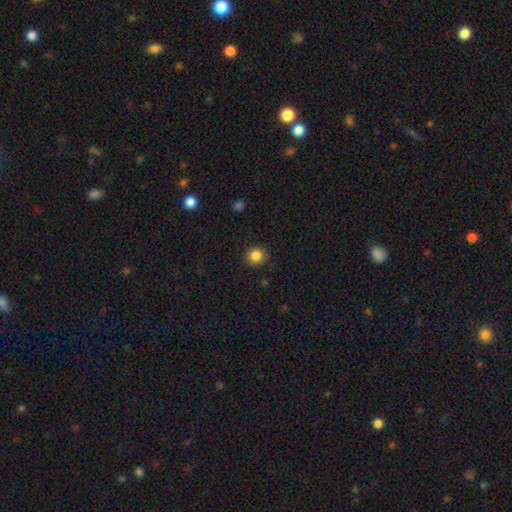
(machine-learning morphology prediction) type=smooth (85%); roundness=round (88%); merging=none (90%).